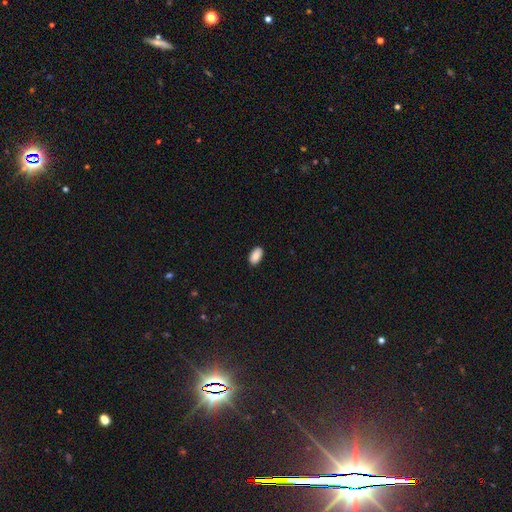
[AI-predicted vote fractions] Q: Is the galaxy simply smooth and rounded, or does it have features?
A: smooth — 89%.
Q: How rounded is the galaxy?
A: in between — 94%.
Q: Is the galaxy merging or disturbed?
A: none — 89%.